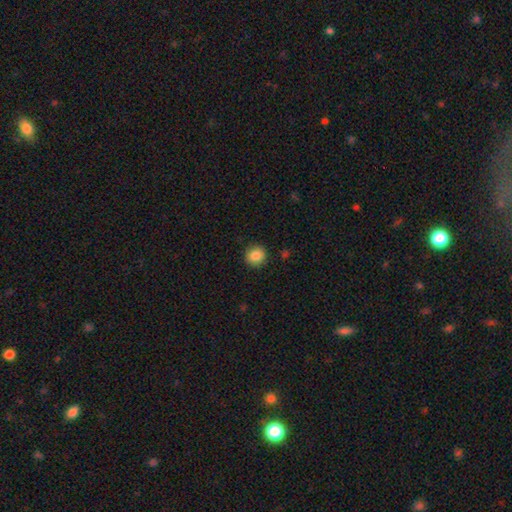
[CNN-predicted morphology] This is clearly a smooth galaxy (86%). How rounded: clearly round (86%). Merging: clearly none (89%).